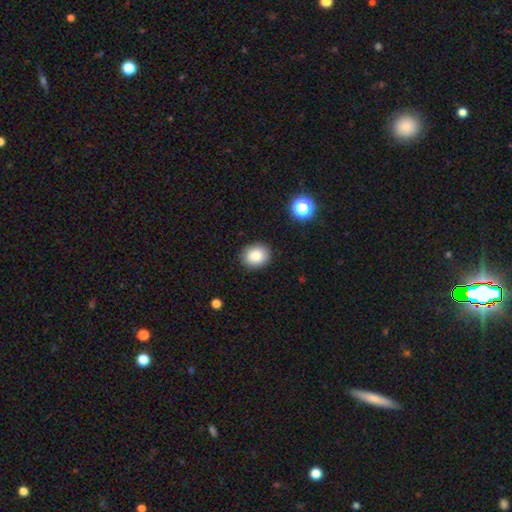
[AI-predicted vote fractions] Overall: smooth (84%). How rounded: round (62%; in between 38%). Merging: none (89%).